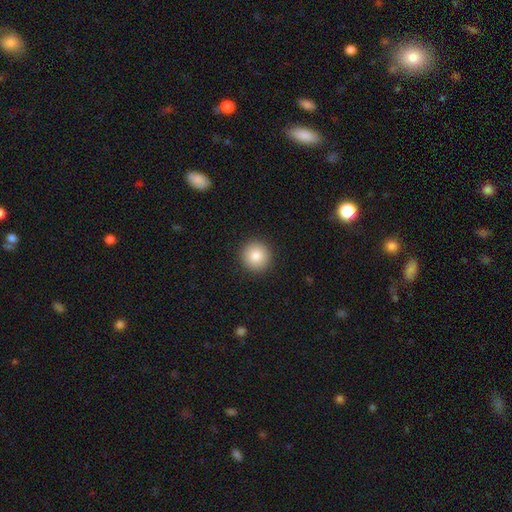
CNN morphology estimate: Smooth or featured? smooth (86%)
How rounded? round (95%)
Merging? none (92%)